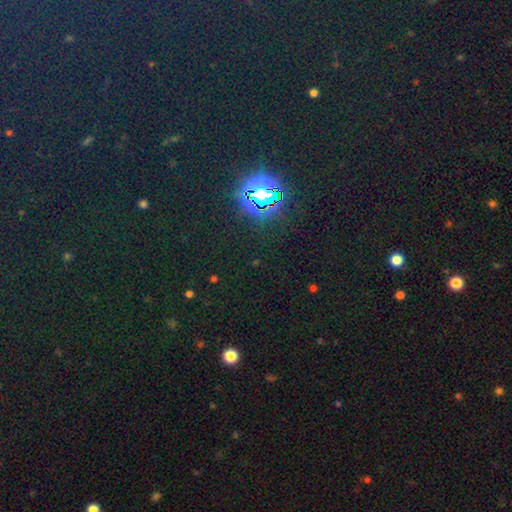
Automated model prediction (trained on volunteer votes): Morphology: type=star or artifact (80%).